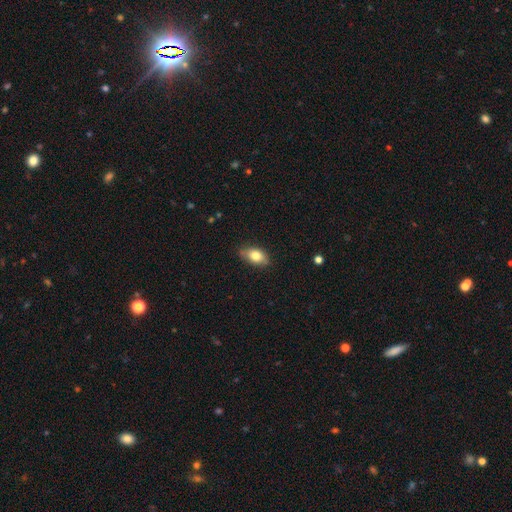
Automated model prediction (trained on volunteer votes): Smooth or featured?
  - smooth: 78% *
  - featured or disk: 15%
  - star or artifact: 7%
How rounded?
  - in between: 88% *
  - round: 8%
  - cigar-shaped: 4%
Merging?
  - none: 78% *
  - minor disturbance: 18%
  - major disturbance: 3%
  - merger: 1%